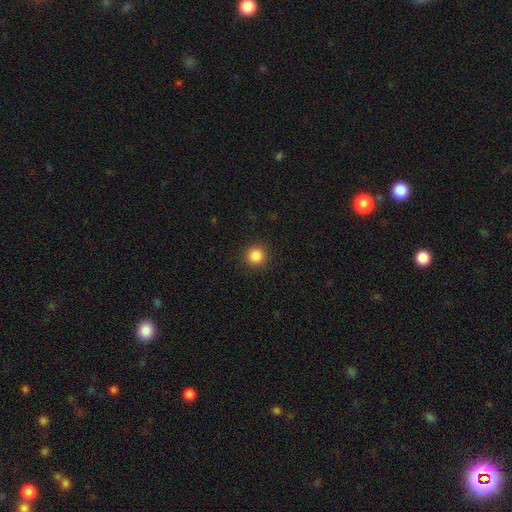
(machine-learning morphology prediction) A smooth galaxy with no disk features (86%) that is round (95%). Merging: none (92%).